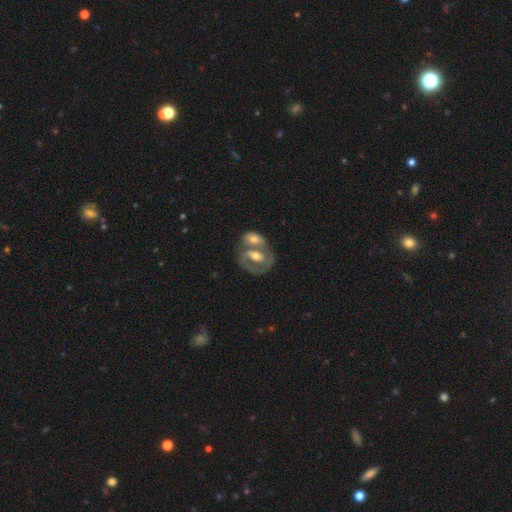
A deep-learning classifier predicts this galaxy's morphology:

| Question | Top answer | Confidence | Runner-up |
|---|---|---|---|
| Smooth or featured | featured or disk | 61% | smooth (33%) |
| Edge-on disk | no | 95% | yes (5%) |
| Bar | no | 49% | weak (32%) |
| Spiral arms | no | 62% | yes (38%) |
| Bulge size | moderate | 69% | small (17%) |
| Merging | merger | 56% | none (28%) |